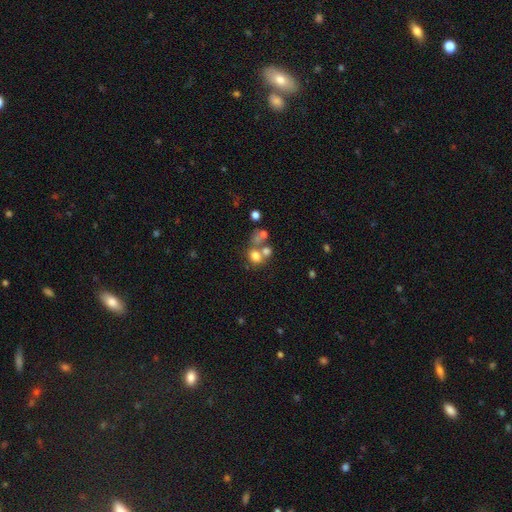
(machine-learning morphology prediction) A smooth galaxy with no disk features (68%) that is round (60%).

Vote fractions:
- Smooth or featured? smooth: 68% / featured or disk: 18% / star or artifact: 14%
- How rounded? round: 60% / in between: 39% / cigar-shaped: 1%
- Merging? merger: 46% / none: 36% / minor disturbance: 10% / major disturbance: 8%